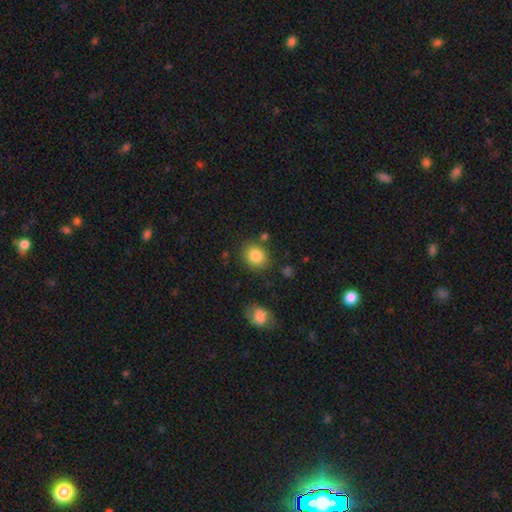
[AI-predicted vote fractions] Q: Smooth or featured?
A: smooth (84%); runner-up: star or artifact (9%)
Q: How rounded?
A: round (73%); runner-up: in between (26%)
Q: Merging?
A: none (81%); runner-up: minor disturbance (11%)